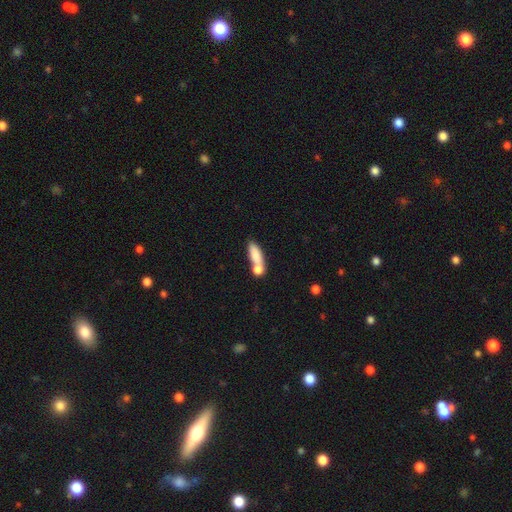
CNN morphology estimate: This is likely a smooth galaxy (79%). How rounded: possibly in between (58%). Merging: marginally none (42%).